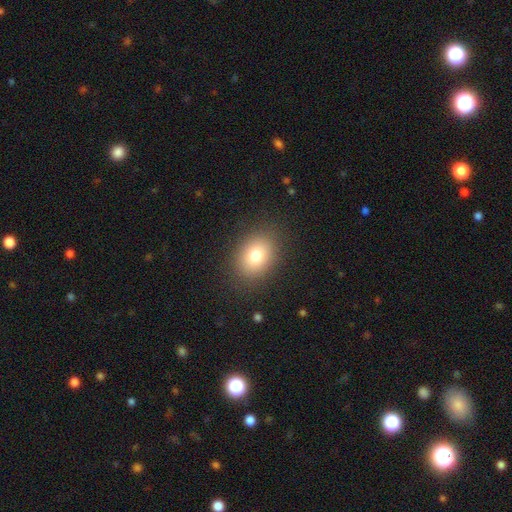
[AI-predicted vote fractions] A smooth galaxy with no disk features (78%) that is in between round and cigar-shaped (61%).

Vote fractions:
- Smooth or featured? smooth: 78% / star or artifact: 12% / featured or disk: 11%
- How rounded? in between: 61% / round: 38% / cigar-shaped: 1%
- Merging? none: 86% / minor disturbance: 9% / major disturbance: 4% / merger: 1%